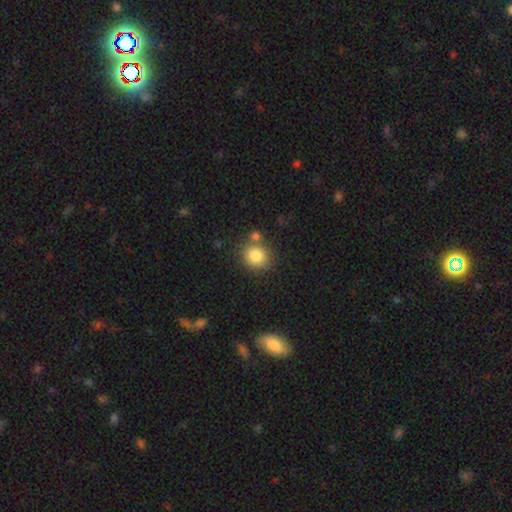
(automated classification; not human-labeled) Morphology: type=smooth (84%); roundness=round (81%); merging=none (72%).